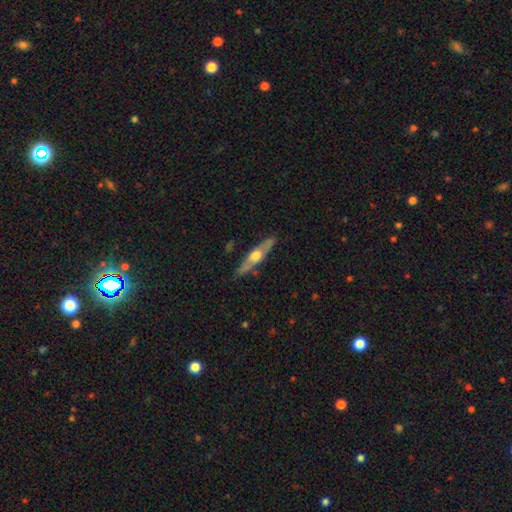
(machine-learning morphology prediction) smooth_or_featured: featured or disk (p=0.60) [alt: smooth p=0.35]
disk_edge_on: yes (p=0.90) [alt: no p=0.10]
edge_on_bulge: rounded (p=0.93) [alt: none p=0.04]
merging: none (p=0.85) [alt: minor disturbance p=0.11]